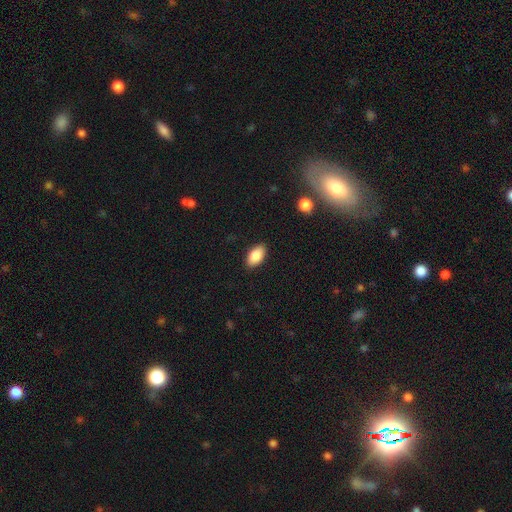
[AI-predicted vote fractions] Smooth or featured: smooth — 86% (star or artifact — 7%)
How rounded: in between — 94% (round — 4%)
Merging: none — 89% (minor disturbance — 8%)